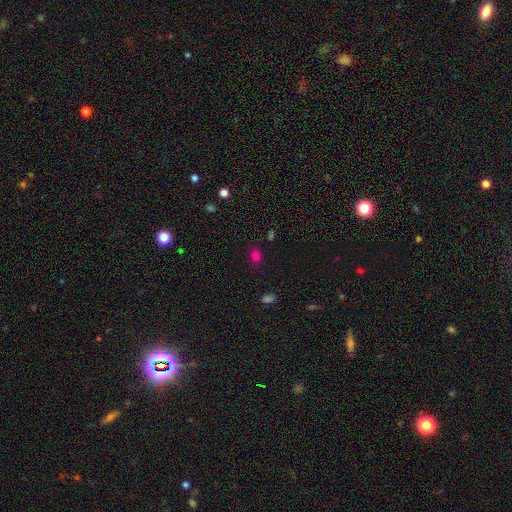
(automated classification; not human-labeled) Q: Smooth or featured?
A: smooth (76%); runner-up: star or artifact (19%)
Q: How rounded?
A: round (50%); runner-up: in between (49%)
Q: Merging?
A: none (85%); runner-up: minor disturbance (10%)